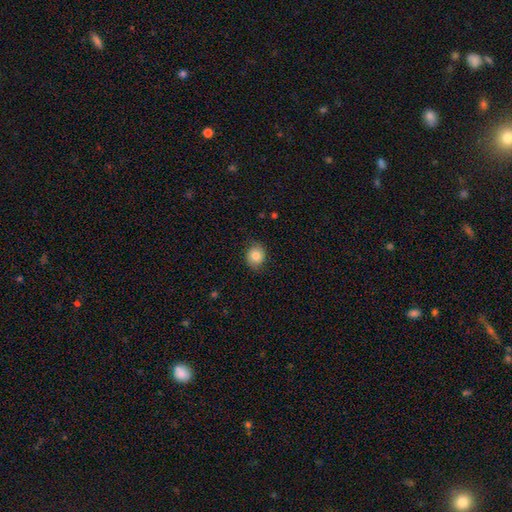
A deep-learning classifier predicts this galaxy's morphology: smooth-or-featured: smooth: 81% | featured or disk: 11% | star or artifact: 9%
  how-rounded: round: 73% | in between: 26% | cigar-shaped: 1%
  merging: none: 81% | minor disturbance: 15% | major disturbance: 3% | merger: 1%